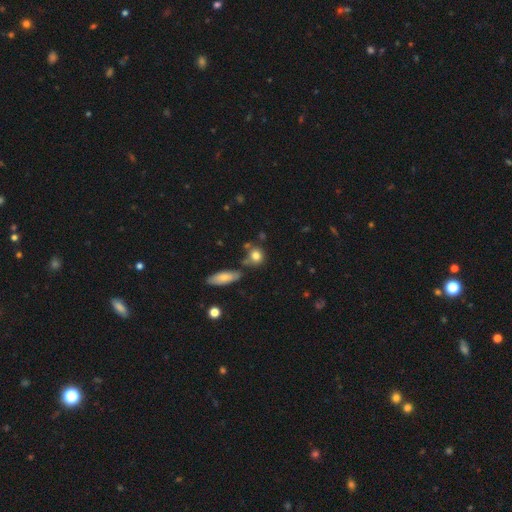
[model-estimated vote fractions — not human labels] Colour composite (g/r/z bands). It shows a smooth galaxy with no disk features (81%) that is round (73%). Merging: none (64%).